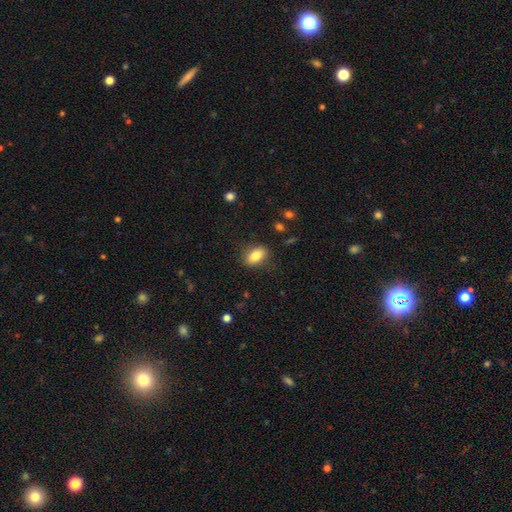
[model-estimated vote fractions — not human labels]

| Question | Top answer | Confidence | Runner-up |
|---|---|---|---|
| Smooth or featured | smooth | 84% | featured or disk (8%) |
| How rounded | in between | 87% | round (10%) |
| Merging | none | 83% | minor disturbance (12%) |